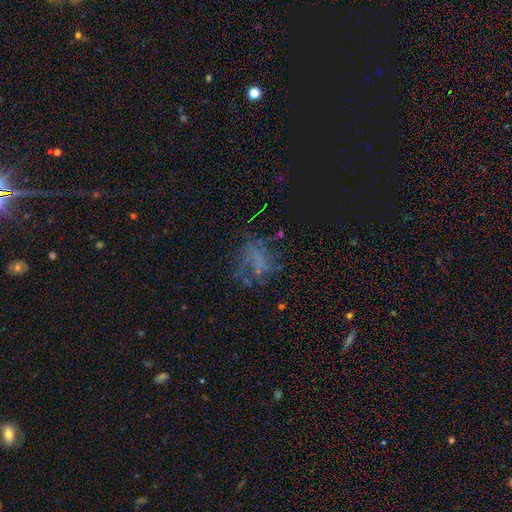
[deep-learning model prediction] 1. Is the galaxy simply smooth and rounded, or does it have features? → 35% featured or disk, 34% star or artifact, 30% smooth.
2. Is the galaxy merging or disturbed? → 51% none, 27% major disturbance, 19% minor disturbance, 3% merger.